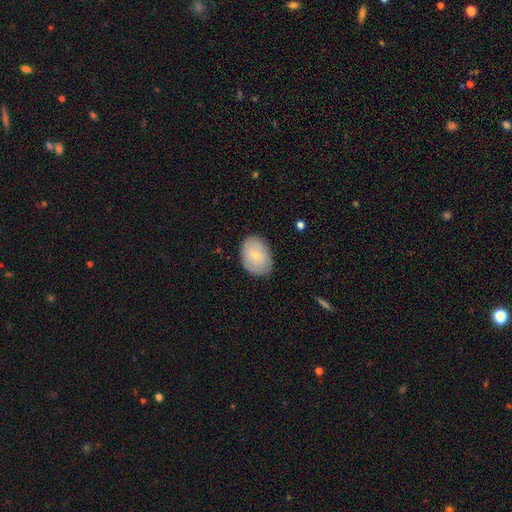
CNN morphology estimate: smooth_or_featured: smooth (p=0.69) [alt: featured or disk p=0.25]
how_rounded: in between (p=0.78) [alt: round p=0.21]
merging: none (p=0.79) [alt: minor disturbance p=0.16]